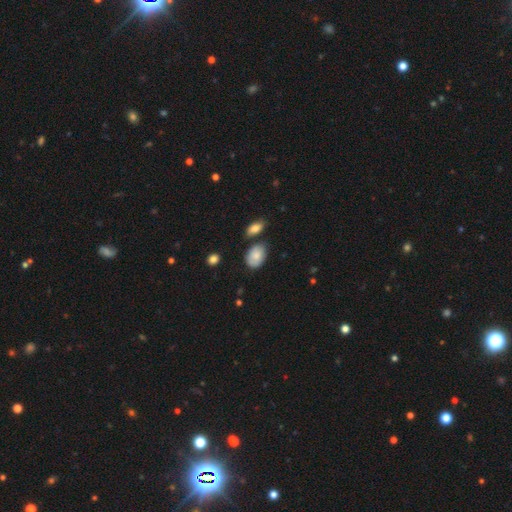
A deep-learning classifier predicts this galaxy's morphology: smooth-or-featured: smooth: 82% | featured or disk: 11% | star or artifact: 7%
  how-rounded: in between: 86% | round: 13% | cigar-shaped: 1%
  merging: none: 63% | minor disturbance: 24% | merger: 8% | major disturbance: 5%